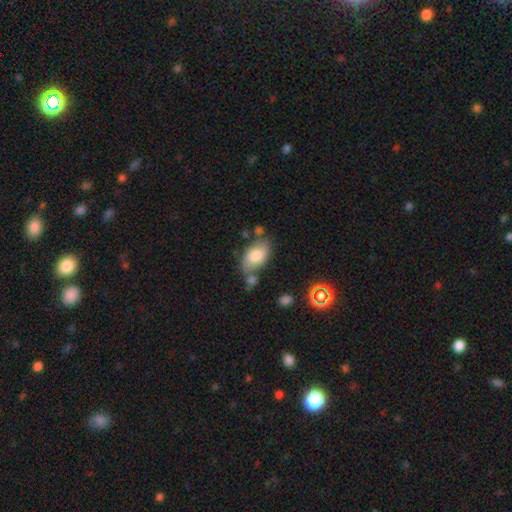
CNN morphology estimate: A smooth galaxy with no disk features (79%) that is in between round and cigar-shaped (91%).

Vote fractions:
- Smooth or featured? smooth: 79% / featured or disk: 14% / star or artifact: 7%
- How rounded? in between: 91% / round: 7% / cigar-shaped: 2%
- Merging? none: 59% / minor disturbance: 20% / merger: 14% / major disturbance: 6%